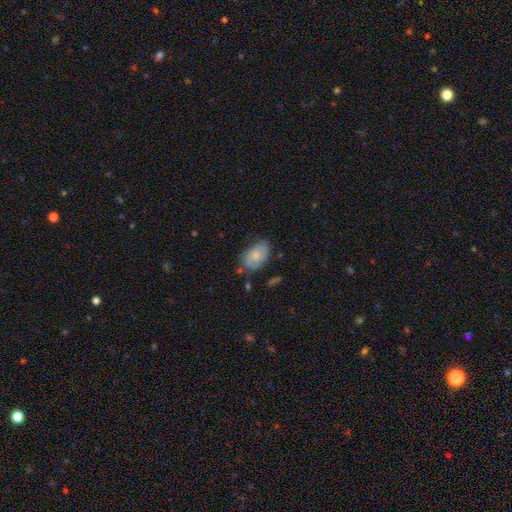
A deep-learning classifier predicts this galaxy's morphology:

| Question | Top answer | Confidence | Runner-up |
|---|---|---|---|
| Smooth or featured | smooth | 71% | featured or disk (22%) |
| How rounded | in between | 91% | round (8%) |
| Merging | none | 56% | minor disturbance (30%) |